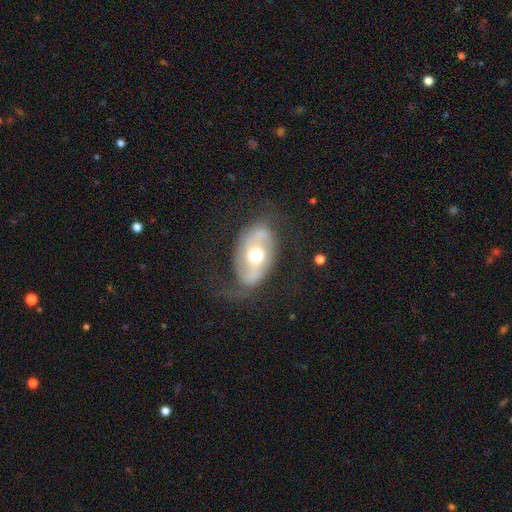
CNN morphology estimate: A featured or disk galaxy (73%) with no bar (45%), 2 (86%) loose (47%) spiral arms (74%) and a moderate central bulge (71%). Merging: none (62%).